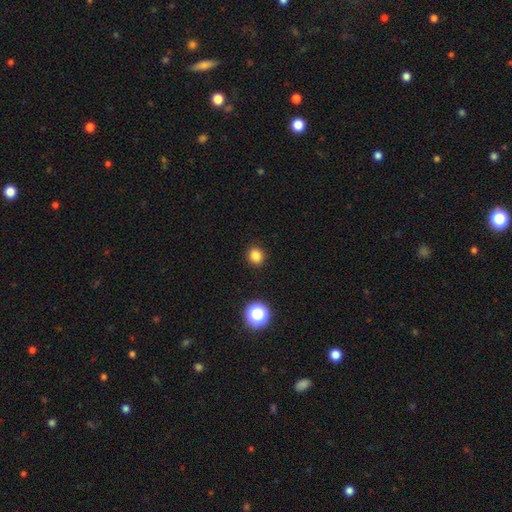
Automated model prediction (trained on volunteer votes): Overall: smooth (83%). How rounded: round (80%). Merging: none (91%).